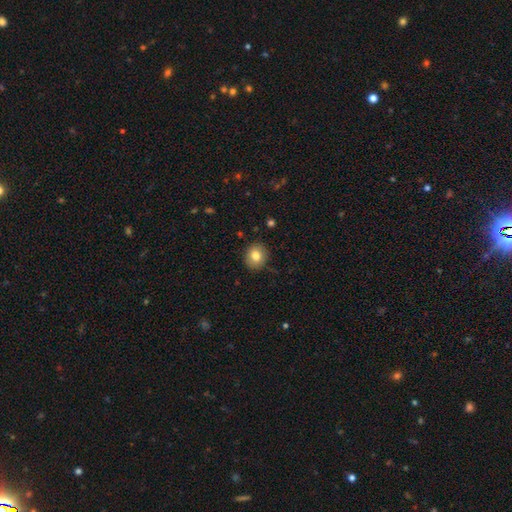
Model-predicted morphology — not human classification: Smooth or featured? smooth (81%)
How rounded? round (75%)
Merging? none (88%)